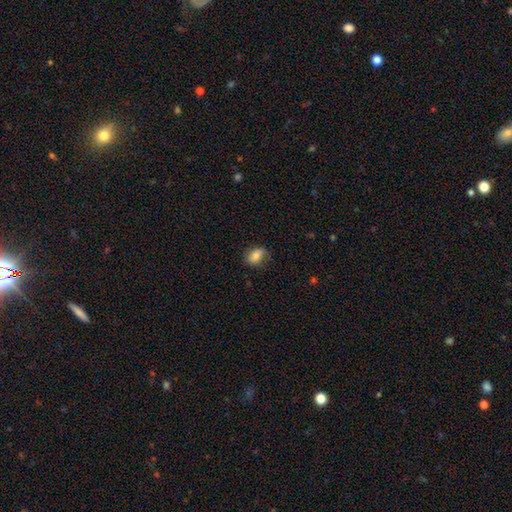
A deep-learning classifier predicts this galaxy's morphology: Q: Smooth or featured?
A: smooth (79%); runner-up: featured or disk (12%)
Q: How rounded?
A: in between (77%); runner-up: round (21%)
Q: Merging?
A: none (70%); runner-up: minor disturbance (23%)